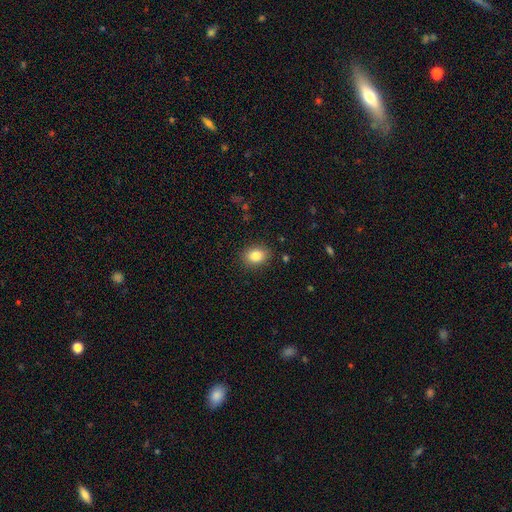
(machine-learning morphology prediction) smooth 83%, star or artifact 10%, featured or disk 7%. Down the decision tree: how rounded — in between (56%); merging — none (88%).